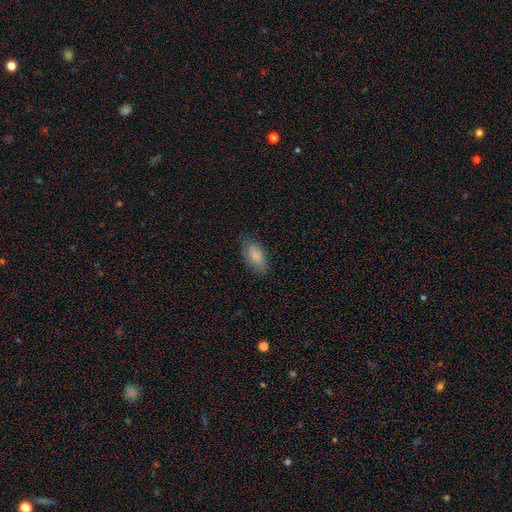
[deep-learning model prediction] Smooth or featured: smooth — 86% (featured or disk — 8%)
How rounded: in between — 92% (cigar-shaped — 5%)
Merging: none — 79% (minor disturbance — 17%)